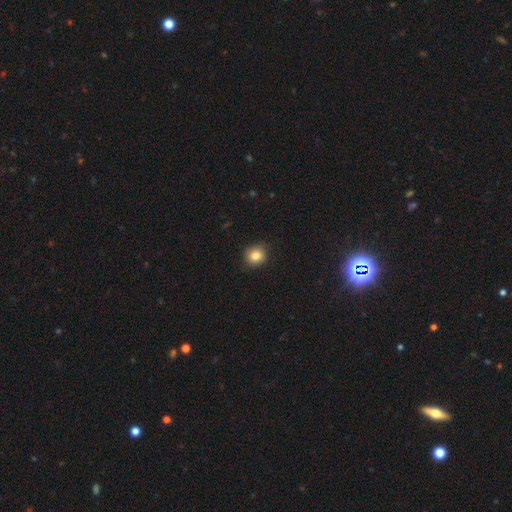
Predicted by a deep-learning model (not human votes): Smooth or featured? Predicted: smooth (p=0.84). How rounded? Predicted: round (p=0.80). Merging? Predicted: none (p=0.86).